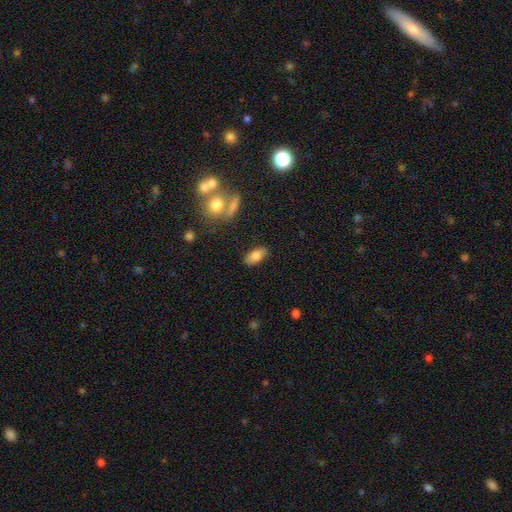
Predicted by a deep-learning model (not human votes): Smooth or featured?
  - smooth: 81% *
  - featured or disk: 11%
  - star or artifact: 8%
How rounded?
  - in between: 89% *
  - cigar-shaped: 8%
  - round: 3%
Merging?
  - none: 85% *
  - minor disturbance: 10%
  - merger: 3%
  - major disturbance: 3%